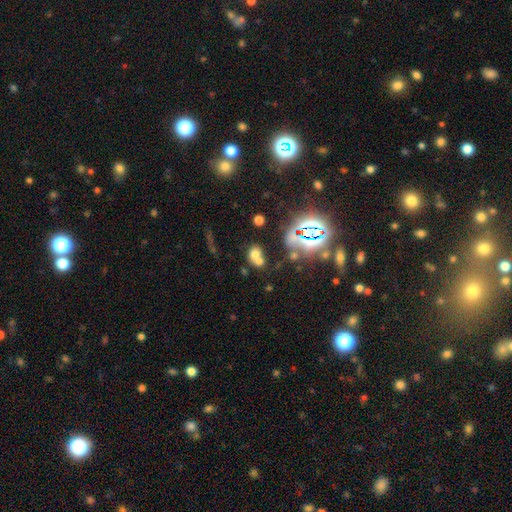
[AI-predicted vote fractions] A smooth galaxy with no disk features (59%) that is round (51%). Merging: merger (54%).